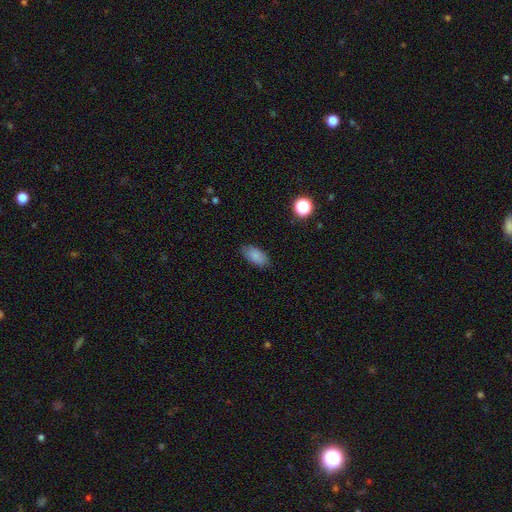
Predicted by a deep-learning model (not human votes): A smooth galaxy with no disk features (85%) that is in between round and cigar-shaped (92%).

Vote fractions:
- Smooth or featured? smooth: 85% / star or artifact: 9% / featured or disk: 6%
- How rounded? in between: 92% / cigar-shaped: 4% / round: 4%
- Merging? none: 84% / minor disturbance: 12% / major disturbance: 3% / merger: 1%